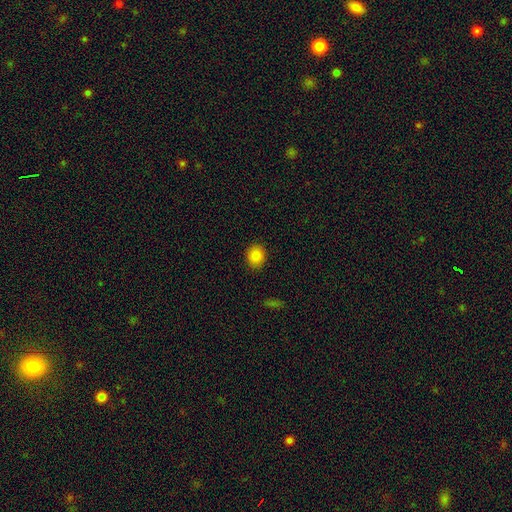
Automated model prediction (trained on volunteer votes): smooth 83%, star or artifact 11%, featured or disk 6%. Down the decision tree: how rounded — round (68%); merging — none (90%).